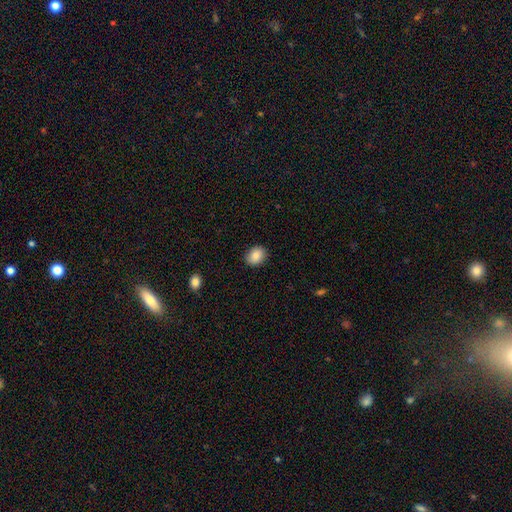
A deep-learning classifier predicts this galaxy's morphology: A smooth galaxy with no disk features (86%) that is in between round and cigar-shaped (51%). Merging: none (89%).